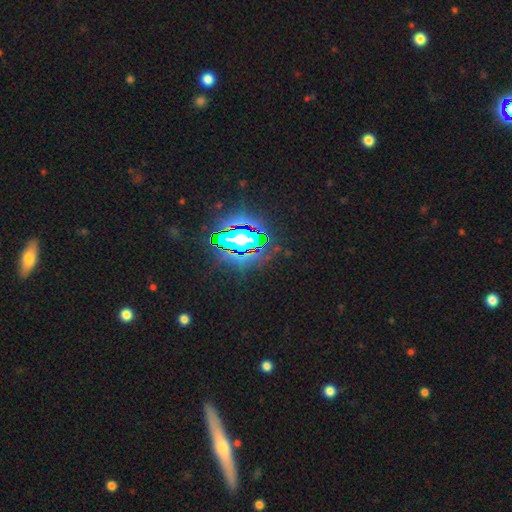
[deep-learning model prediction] Overall: star or artifact (75%).